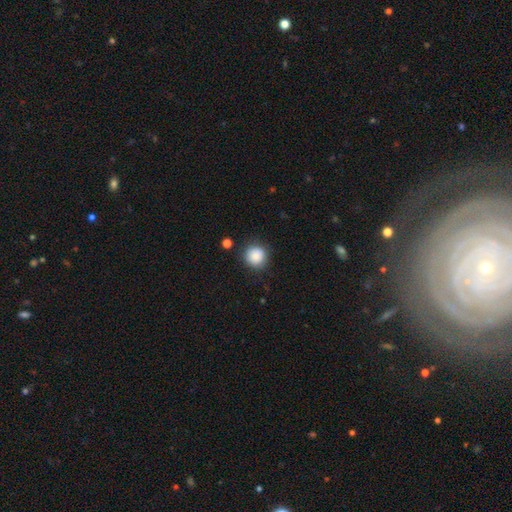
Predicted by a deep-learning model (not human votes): A smooth galaxy with no disk features (87%) that is round (93%).

Vote fractions:
- Smooth or featured? smooth: 87% / star or artifact: 9% / featured or disk: 4%
- How rounded? round: 93% / in between: 6% / cigar-shaped: 1%
- Merging? none: 86% / minor disturbance: 10% / major disturbance: 3% / merger: 2%